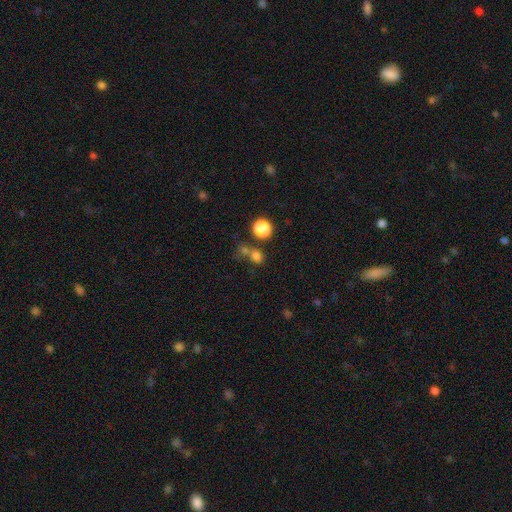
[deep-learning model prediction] Smooth or featured: smooth — 60% (star or artifact — 32%)
How rounded: round — 80% (in between — 18%)
Merging: none — 62% (merger — 23%)